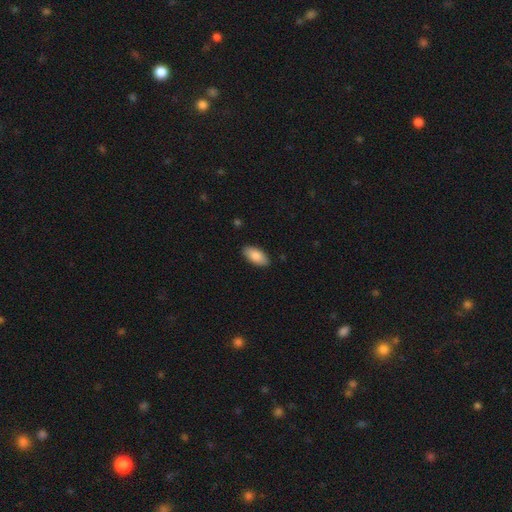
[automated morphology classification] Overall: smooth (87%). How rounded: in between (93%). Merging: none (88%).